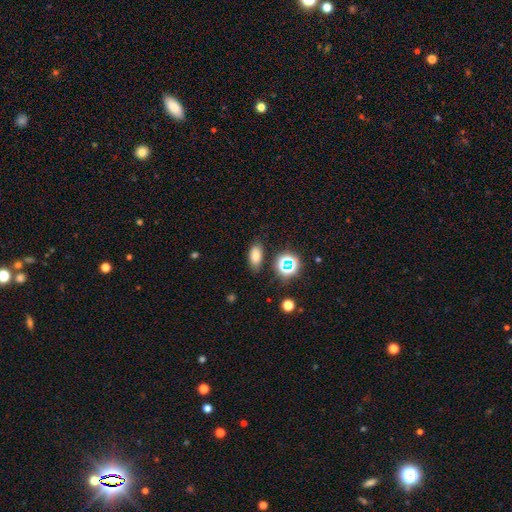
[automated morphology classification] Smooth or featured: smooth — 74% (star or artifact — 17%)
How rounded: in between — 85% (round — 9%)
Merging: none — 82% (minor disturbance — 12%)